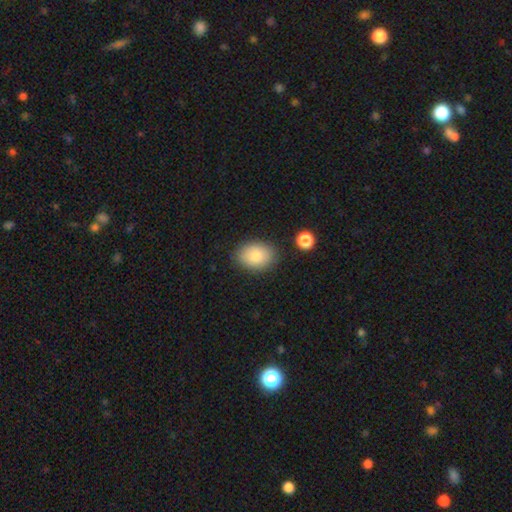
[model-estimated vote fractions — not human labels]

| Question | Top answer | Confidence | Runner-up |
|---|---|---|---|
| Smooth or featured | smooth | 85% | star or artifact (7%) |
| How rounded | in between | 75% | round (24%) |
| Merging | none | 84% | minor disturbance (11%) |